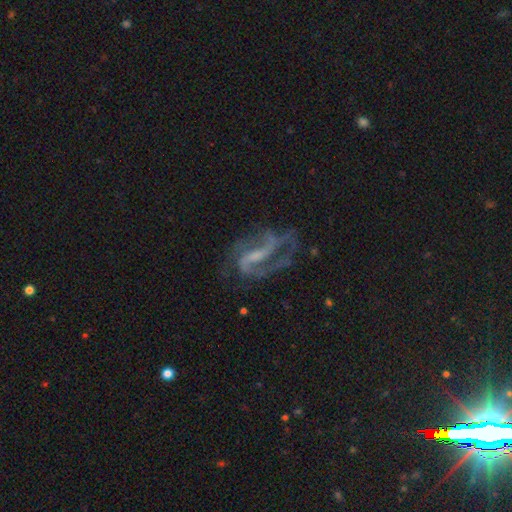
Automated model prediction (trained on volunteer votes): Smooth or featured?
  - featured or disk: 86% *
  - star or artifact: 8%
  - smooth: 7%
Edge-on disk?
  - no: 96% *
  - yes: 4%
Bar?
  - weak: 43% *
  - strong: 37%
  - no: 20%
Spiral arms?
  - yes: 94% *
  - no: 6%
Spiral winding?
  - medium: 46% *
  - loose: 40%
  - tight: 14%
Spiral arm count?
  - 2: 73% *
  - 3: 8%
  - can't tell: 8%
  - 1: 6%
  - 4: 2%
  - more than 4: 2%
Bulge size?
  - small: 46% *
  - none: 27%
  - moderate: 23%
  - large: 3%
  - dominant: 1%
Merging?
  - none: 48% *
  - major disturbance: 28%
  - minor disturbance: 20%
  - merger: 4%